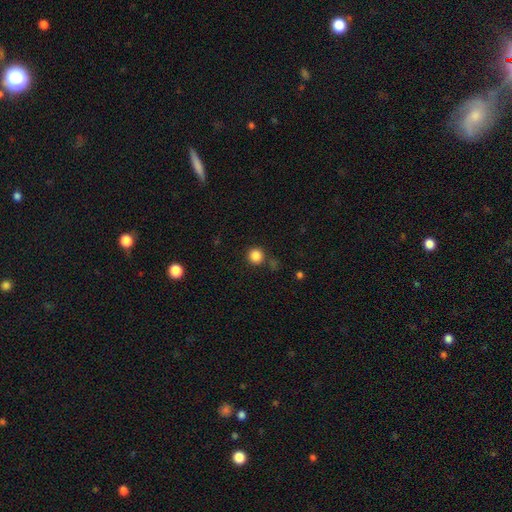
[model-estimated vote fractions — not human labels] This is clearly a smooth galaxy (85%). How rounded: clearly round (94%). Merging: clearly none (82%).